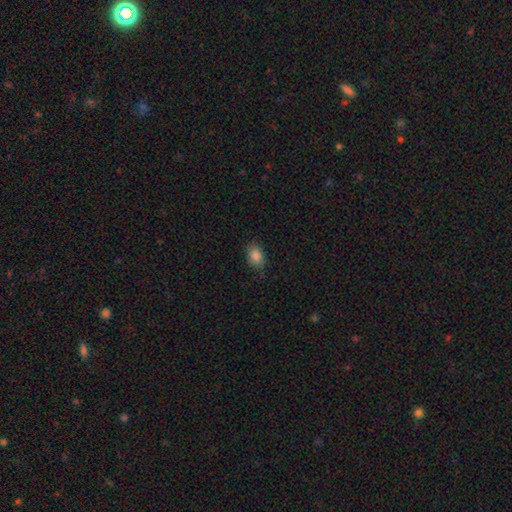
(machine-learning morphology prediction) smooth-or-featured: smooth: 85% | star or artifact: 9% | featured or disk: 6%
  how-rounded: in between: 77% | round: 22% | cigar-shaped: 1%
  merging: none: 79% | minor disturbance: 17% | major disturbance: 3% | merger: 1%